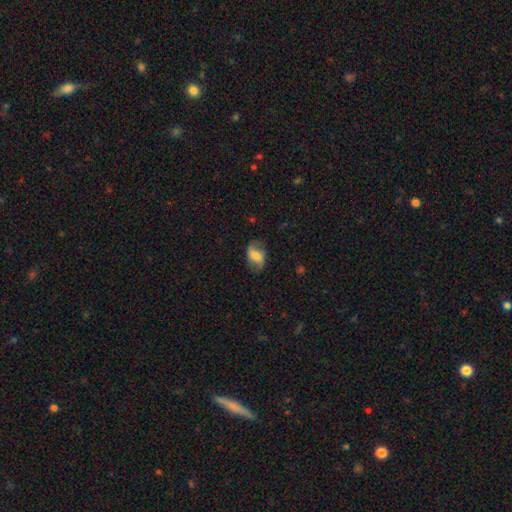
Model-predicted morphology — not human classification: smooth-or-featured: featured or disk: 47% | smooth: 44% | star or artifact: 9%
  merging: none: 64% | minor disturbance: 23% | major disturbance: 12% | merger: 2%